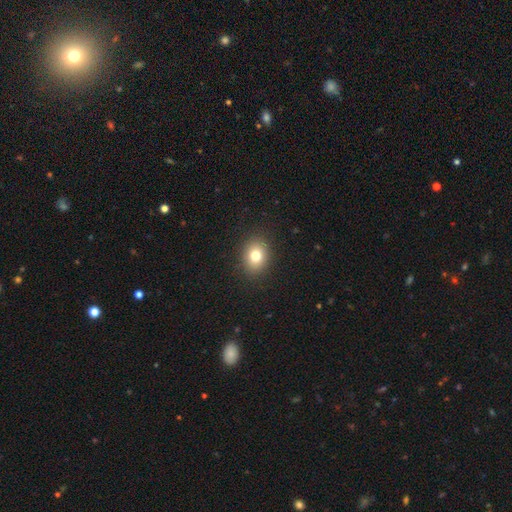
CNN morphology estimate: Overall: smooth (78%). How rounded: in between (51%; round 48%). Merging: none (89%).